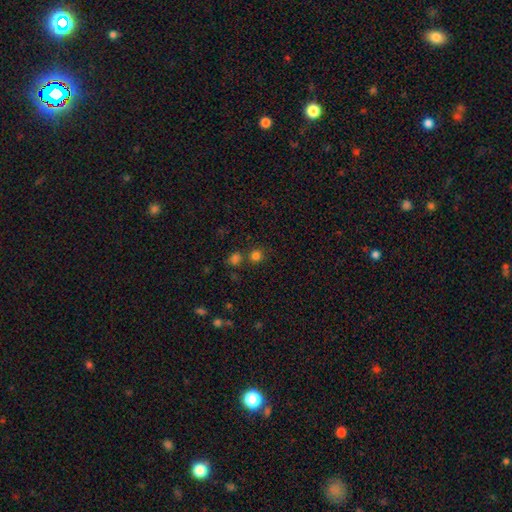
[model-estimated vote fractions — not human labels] smooth 76%, star or artifact 19%, featured or disk 5%. Down the decision tree: how rounded — round (88%); merging — none (71%).